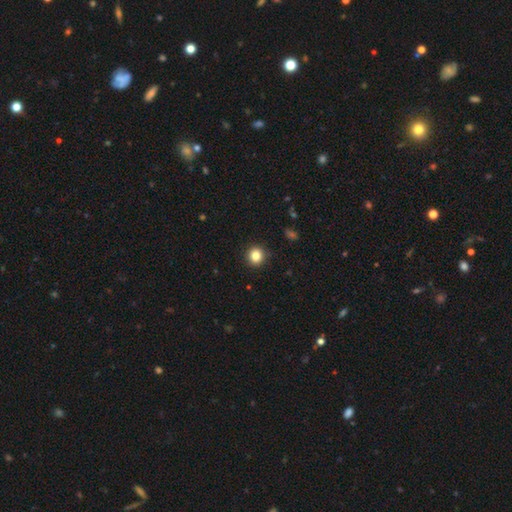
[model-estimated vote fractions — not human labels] The model was most divided on "smooth or featured": smooth: 84%, star or artifact: 11%, featured or disk: 5%. More confident: merging — none (92%); how rounded — round (91%).